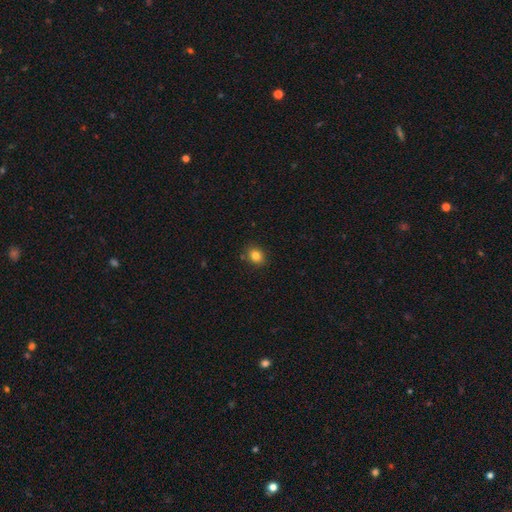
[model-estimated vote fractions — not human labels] This appears to be a smooth galaxy with no disk features (82%) that is round (55%). Merging: none (85%).